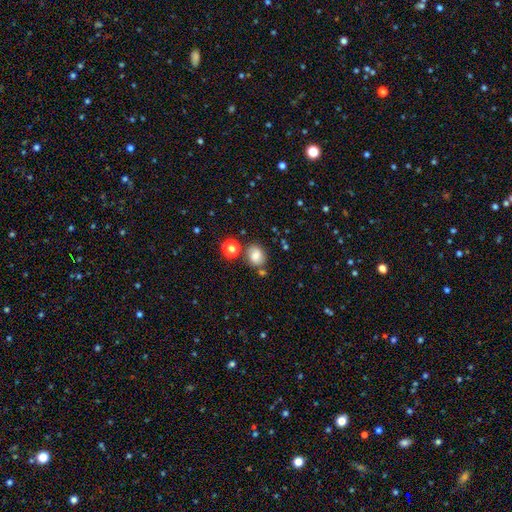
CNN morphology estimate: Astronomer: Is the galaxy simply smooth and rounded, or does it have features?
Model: smooth — 77%.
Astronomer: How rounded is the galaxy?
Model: round — 61% (runner-up: in between, 38%).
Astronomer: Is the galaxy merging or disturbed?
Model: none — 73%.